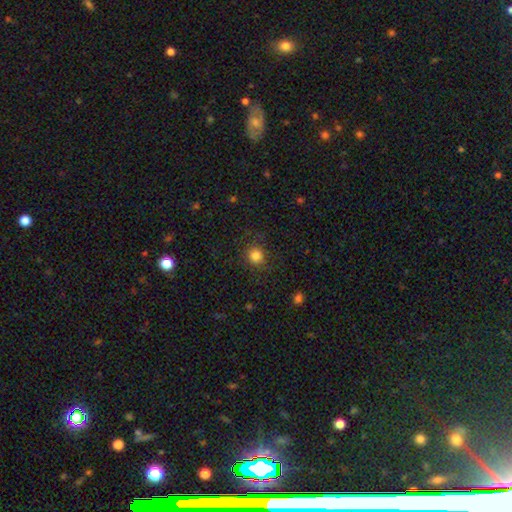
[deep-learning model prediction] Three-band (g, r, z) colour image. It shows a smooth galaxy with no disk features (83%) that is round (88%). Merging: none (85%).